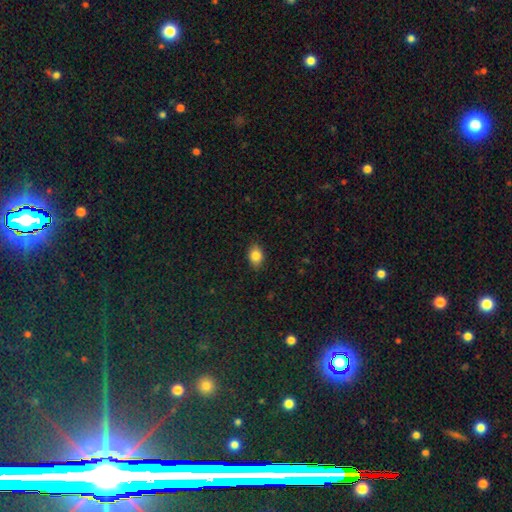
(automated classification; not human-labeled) A smooth galaxy with no disk features (85%) that is in between round and cigar-shaped (73%).

Vote fractions:
- Smooth or featured? smooth: 85% / star or artifact: 9% / featured or disk: 6%
- How rounded? in between: 73% / round: 26% / cigar-shaped: 1%
- Merging? none: 86% / minor disturbance: 10% / major disturbance: 2% / merger: 1%